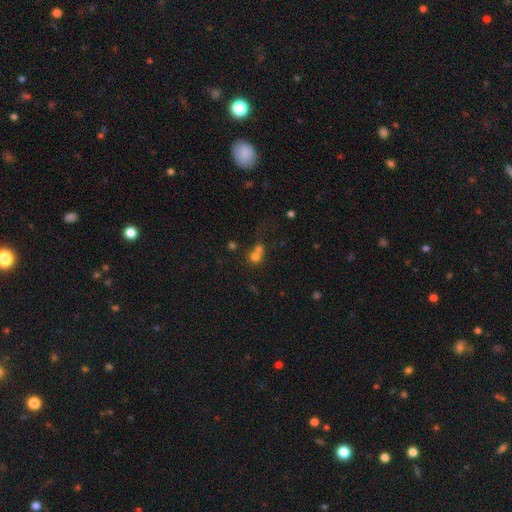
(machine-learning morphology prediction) Smooth or featured? Predicted: smooth (p=0.68). How rounded? Predicted: round (p=0.83). Merging? Predicted: merger (p=0.56).